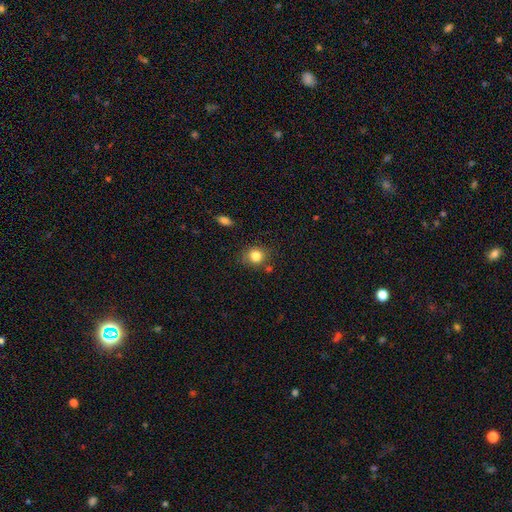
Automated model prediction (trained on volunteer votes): smooth 83%, star or artifact 11%, featured or disk 6%. Down the decision tree: how rounded — round (79%); merging — none (78%).